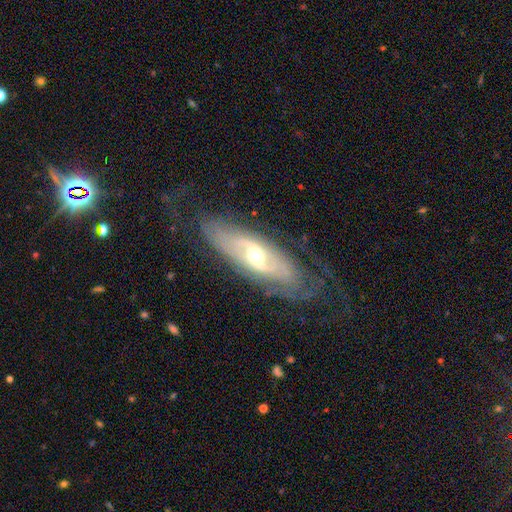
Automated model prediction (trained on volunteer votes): Smooth or featured? Predicted: featured or disk (p=0.80). Edge-on disk? Predicted: no (p=0.79). Bar? Predicted: no (p=0.49). Spiral arms? Predicted: yes (p=0.79). Bulge size? Predicted: moderate (p=0.62). Merging? Predicted: none (p=0.67).